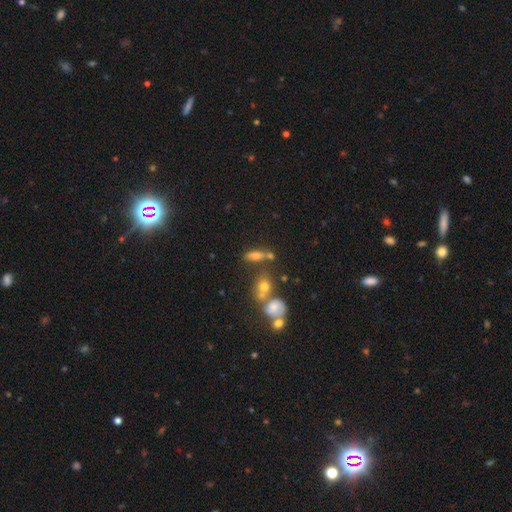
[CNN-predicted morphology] The model was most divided on "how rounded": in between: 51%, cigar-shaped: 41%, round: 8%. More confident: smooth or featured — smooth (65%); merging — none (56%).